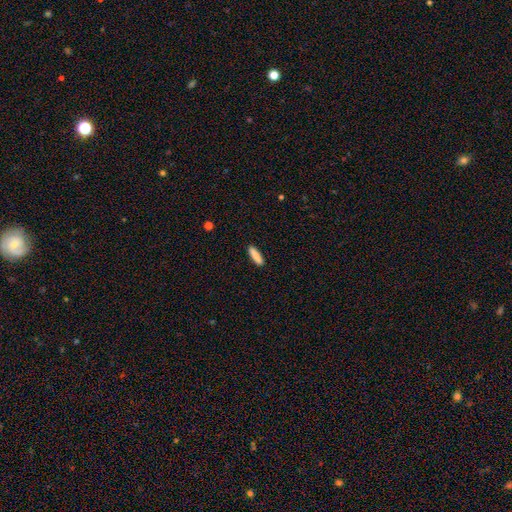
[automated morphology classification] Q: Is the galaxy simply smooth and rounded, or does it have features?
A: smooth — 86%.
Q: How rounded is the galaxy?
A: cigar-shaped — 65%.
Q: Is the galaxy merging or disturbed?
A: none — 90%.